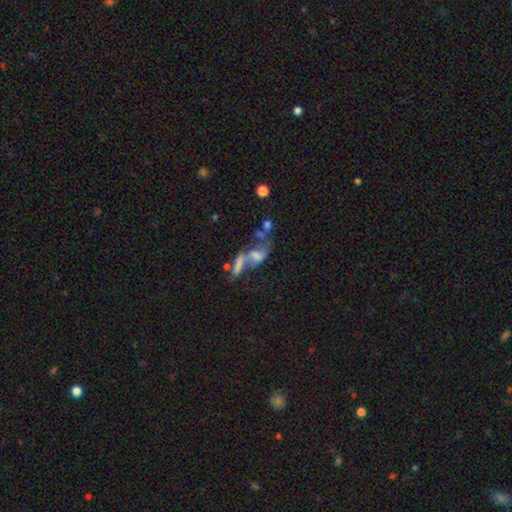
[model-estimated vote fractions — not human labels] Morphology: type=featured or disk (55%); edge-on=no (90%); merging=merger (47%).